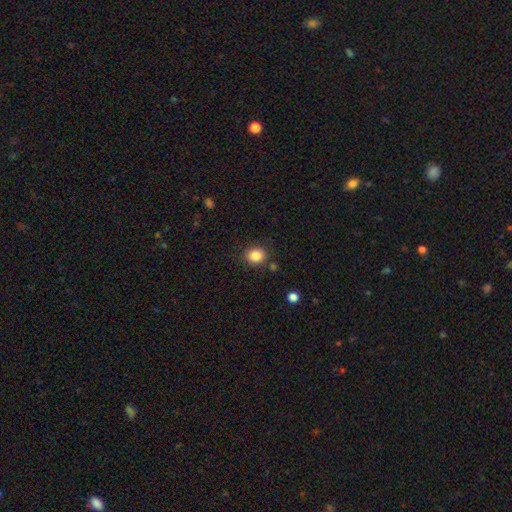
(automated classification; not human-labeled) This is clearly a smooth galaxy (86%). How rounded: likely round (70%). Merging: clearly none (83%).